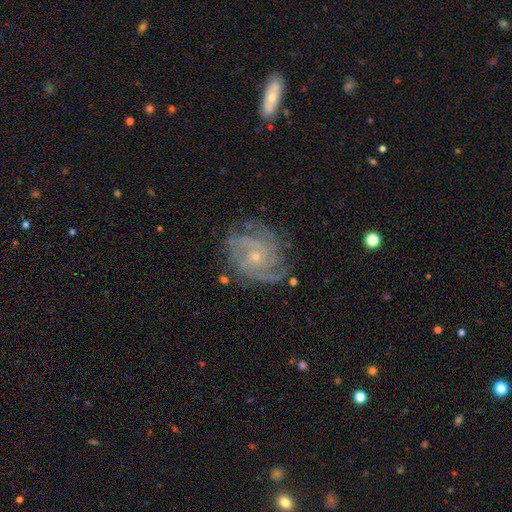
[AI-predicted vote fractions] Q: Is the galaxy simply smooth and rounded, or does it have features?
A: featured or disk — 87%.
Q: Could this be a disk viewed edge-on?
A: no — 98%.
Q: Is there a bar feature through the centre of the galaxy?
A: no — 73%.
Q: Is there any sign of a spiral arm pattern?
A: yes — 97%.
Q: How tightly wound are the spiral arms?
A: tight — 59%.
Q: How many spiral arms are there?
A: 4 — 24%.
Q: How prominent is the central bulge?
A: small — 76%.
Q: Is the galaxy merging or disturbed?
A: none — 74%.